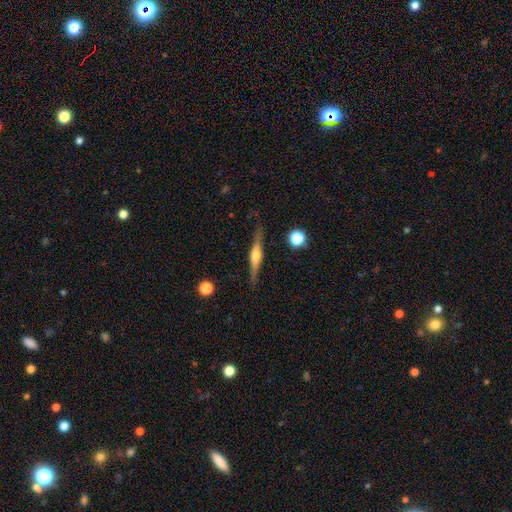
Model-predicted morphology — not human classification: Smooth or featured?
  - featured or disk: 74% *
  - smooth: 20%
  - star or artifact: 6%
Edge-on disk?
  - yes: 97% *
  - no: 3%
Edge-on bulge?
  - rounded: 88% *
  - boxy: 8%
  - none: 4%
Merging?
  - none: 86% *
  - minor disturbance: 10%
  - major disturbance: 2%
  - merger: 2%